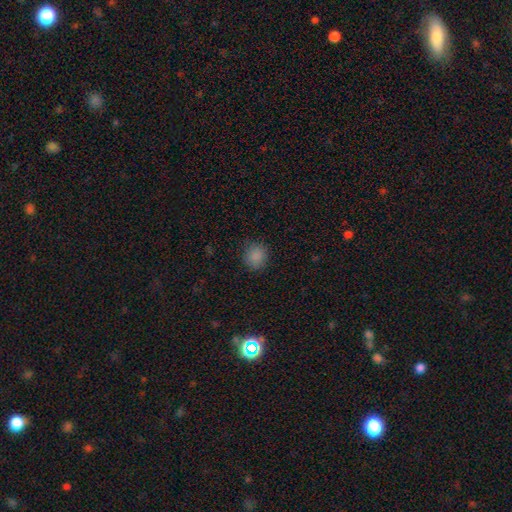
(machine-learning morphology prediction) type=smooth (85%); roundness=round (84%); merging=none (87%).